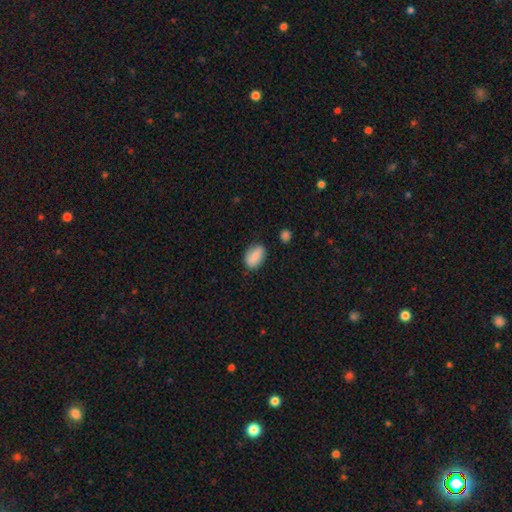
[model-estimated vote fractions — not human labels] Smooth or featured: smooth — 82% (featured or disk — 11%)
How rounded: in between — 86% (round — 11%)
Merging: none — 79% (minor disturbance — 16%)